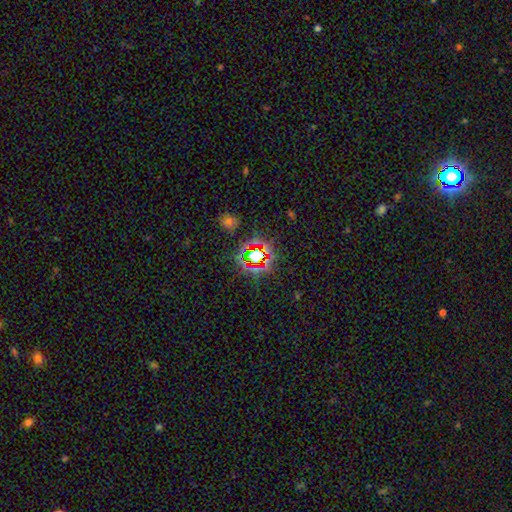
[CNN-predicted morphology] Smooth or featured?
  - star or artifact: 73% *
  - smooth: 18%
  - featured or disk: 10%